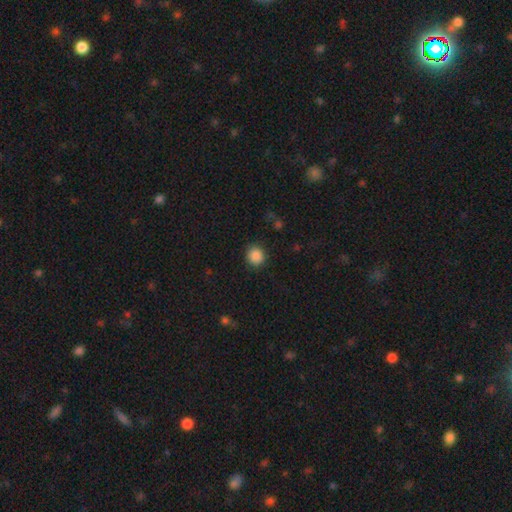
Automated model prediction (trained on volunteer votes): Q: Smooth or featured?
A: smooth (87%); runner-up: star or artifact (10%)
Q: How rounded?
A: round (91%); runner-up: in between (9%)
Q: Merging?
A: none (90%); runner-up: minor disturbance (7%)